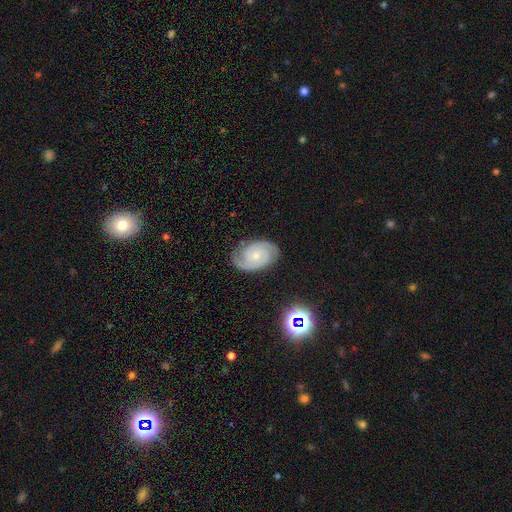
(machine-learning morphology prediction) A featured or disk galaxy (84%) with no bar (70%), 2 (83%) tight (62%) spiral arms (97%) and a small central bulge (58%).

Vote fractions:
- Smooth or featured? featured or disk: 84% / smooth: 10% / star or artifact: 6%
- Edge-on disk? no: 97% / yes: 3%
- Bar? no: 70% / weak: 25% / strong: 4%
- Spiral arms? yes: 97% / no: 3%
- Spiral winding? tight: 62% / medium: 33% / loose: 6%
- Spiral arm count? 2: 83% / can't tell: 7% / 3: 5% / 1: 2% / 4: 1% / more than 4: 1%
- Bulge size? small: 58% / moderate: 37% / none: 2% / large: 1% / dominant: 1%
- Merging? none: 81% / minor disturbance: 14% / major disturbance: 4% / merger: 1%